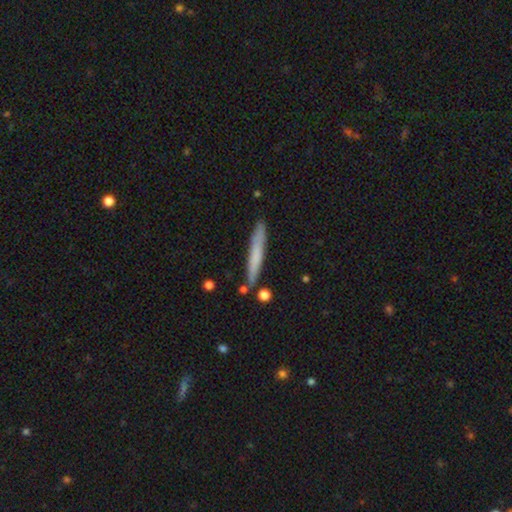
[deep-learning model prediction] The model was most divided on "smooth or featured": smooth: 65%, featured or disk: 28%, star or artifact: 6%. More confident: how rounded — cigar-shaped (95%); merging — none (84%).